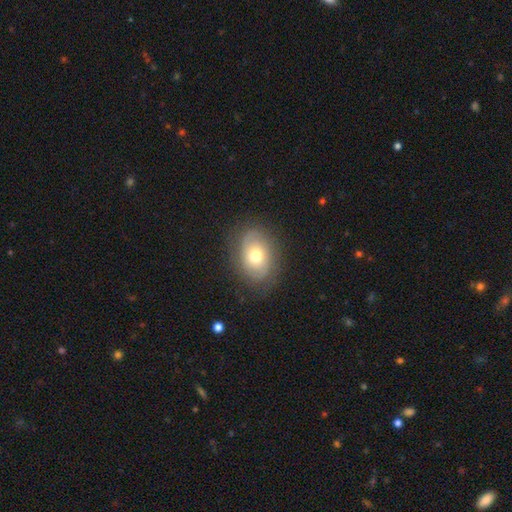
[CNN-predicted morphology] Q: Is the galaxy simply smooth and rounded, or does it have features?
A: smooth — 50%.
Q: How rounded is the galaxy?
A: in between — 67%.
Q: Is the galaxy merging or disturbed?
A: none — 78%.